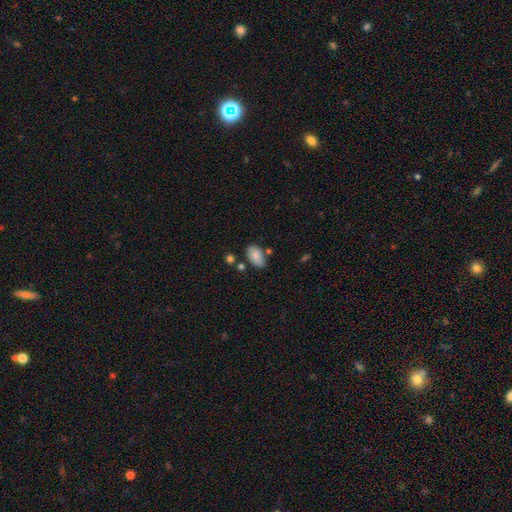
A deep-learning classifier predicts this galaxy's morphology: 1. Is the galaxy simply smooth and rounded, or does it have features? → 84% smooth, 9% featured or disk, 7% star or artifact.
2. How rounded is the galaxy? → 94% in between, 5% round, 2% cigar-shaped.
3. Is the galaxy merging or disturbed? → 71% none, 17% minor disturbance, 8% merger, 4% major disturbance.